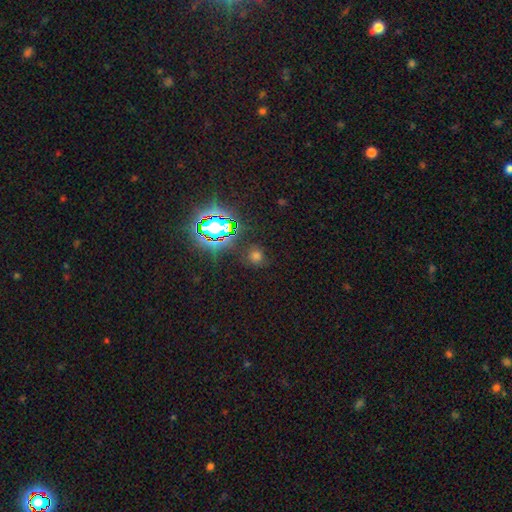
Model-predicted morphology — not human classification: smooth-or-featured: smooth: 58% | star or artifact: 34% | featured or disk: 7%
  how-rounded: round: 88% | in between: 11% | cigar-shaped: 1%
  merging: none: 83% | minor disturbance: 10% | major disturbance: 4% | merger: 3%